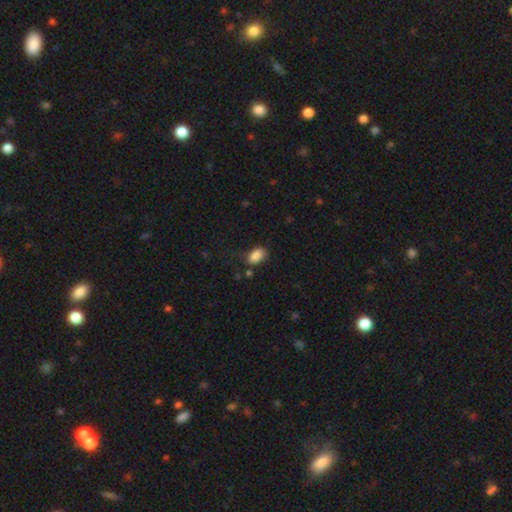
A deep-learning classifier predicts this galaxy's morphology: smooth_or_featured: smooth (p=0.86) [alt: star or artifact p=0.09]
how_rounded: in between (p=0.89) [alt: round p=0.09]
merging: none (p=0.64) [alt: minor disturbance p=0.25]